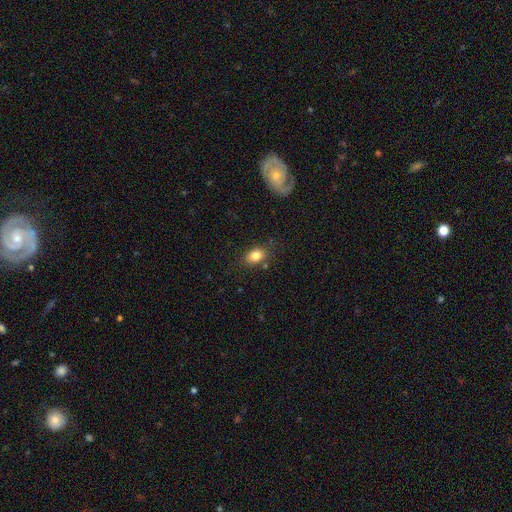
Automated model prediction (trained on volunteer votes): smooth_or_featured: smooth (p=0.81) [alt: star or artifact p=0.10]
how_rounded: in between (p=0.73) [alt: round p=0.25]
merging: none (p=0.79) [alt: minor disturbance p=0.14]